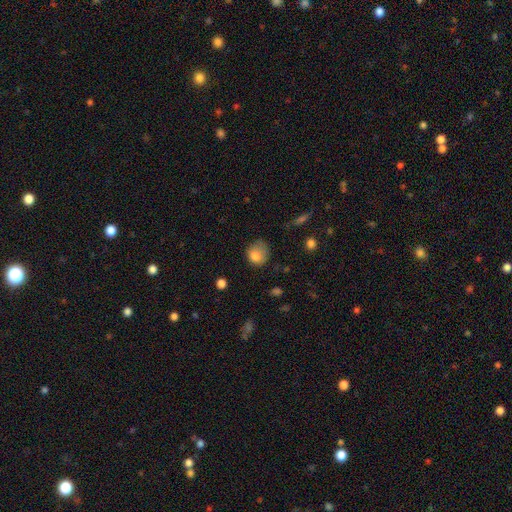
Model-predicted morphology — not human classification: type=smooth (80%); roundness=round (63%); merging=none (43%).